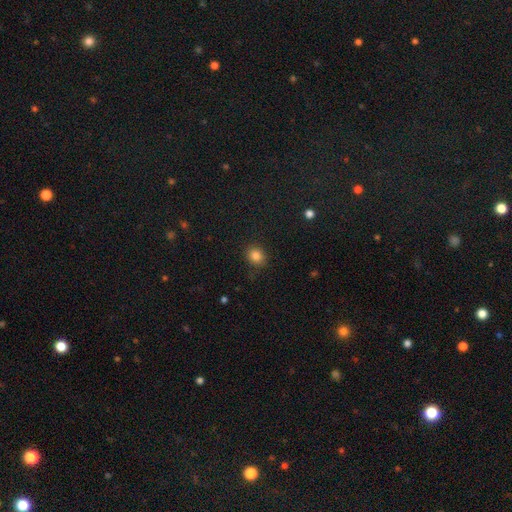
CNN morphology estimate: The model was most divided on "how rounded": round: 72%, in between: 28%, cigar-shaped: 1%. More confident: merging — none (86%); smooth or featured — smooth (84%).